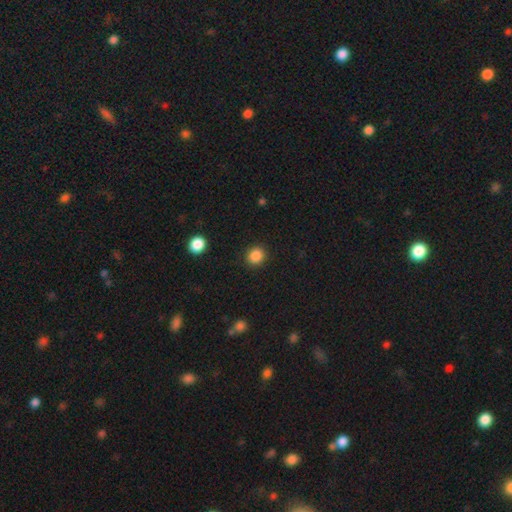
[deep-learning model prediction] Smooth or featured? Predicted: smooth (p=0.87). How rounded? Predicted: round (p=0.82). Merging? Predicted: none (p=0.90).